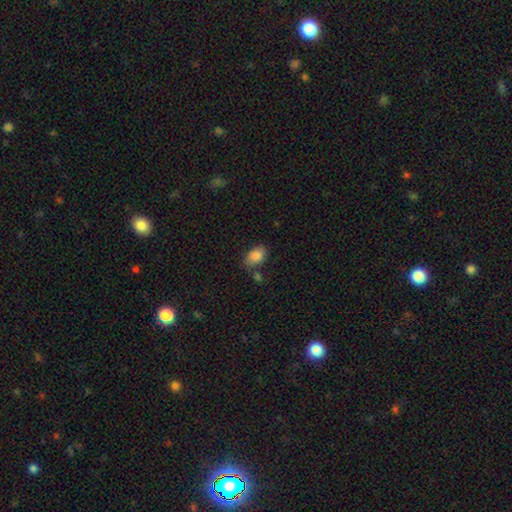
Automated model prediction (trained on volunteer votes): smooth-or-featured: smooth: 87% | star or artifact: 8% | featured or disk: 5%
  how-rounded: in between: 86% | round: 13% | cigar-shaped: 1%
  merging: none: 65% | minor disturbance: 20% | merger: 10% | major disturbance: 6%